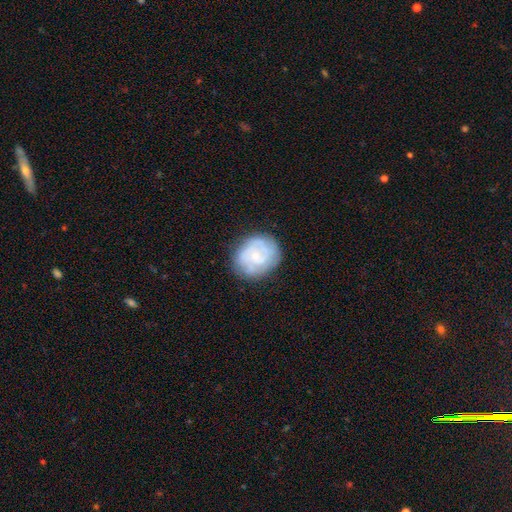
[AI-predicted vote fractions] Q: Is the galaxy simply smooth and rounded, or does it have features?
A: featured or disk — 64%.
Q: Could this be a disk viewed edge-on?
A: no — 98%.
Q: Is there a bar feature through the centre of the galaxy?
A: no — 71%.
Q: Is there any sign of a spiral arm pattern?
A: yes — 80%.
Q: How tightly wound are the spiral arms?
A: tight — 58%.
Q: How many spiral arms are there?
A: can't tell — 39%.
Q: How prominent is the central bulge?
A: small — 67%.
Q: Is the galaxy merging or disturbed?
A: none — 76%.